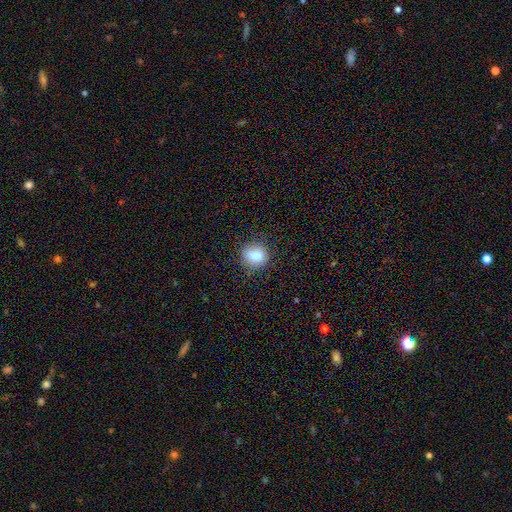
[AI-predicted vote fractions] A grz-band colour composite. It shows a smooth galaxy with no disk features (83%) that is round (72%). Merging: none (76%).